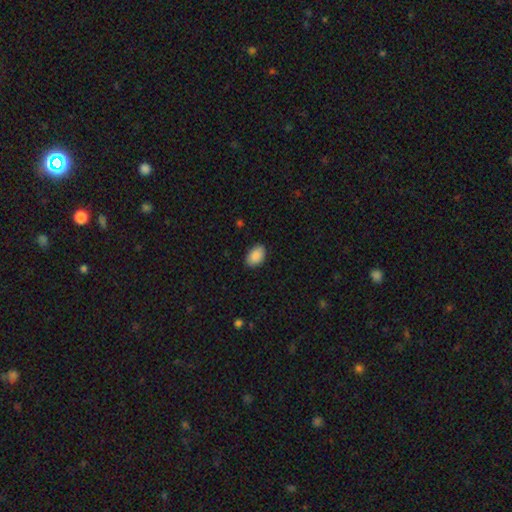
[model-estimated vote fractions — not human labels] This appears to be a smooth galaxy with no disk features (89%) that is in between round and cigar-shaped (88%). Merging: none (86%).